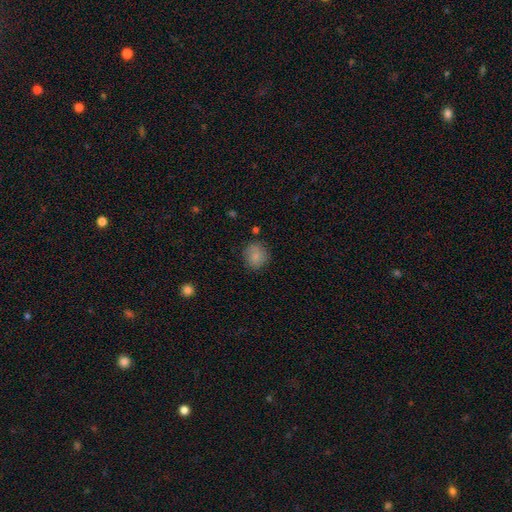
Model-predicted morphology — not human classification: smooth 81%, featured or disk 11%, star or artifact 8%. Down the decision tree: how rounded — round (83%); merging — none (78%).